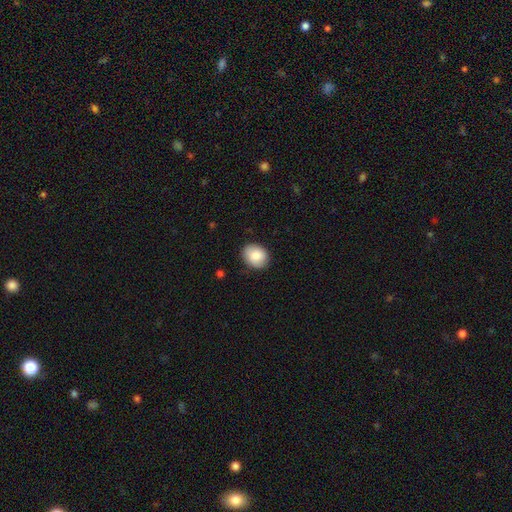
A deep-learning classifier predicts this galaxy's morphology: This is clearly a smooth galaxy (86%). How rounded: possibly in between (55%). Merging: clearly none (85%).